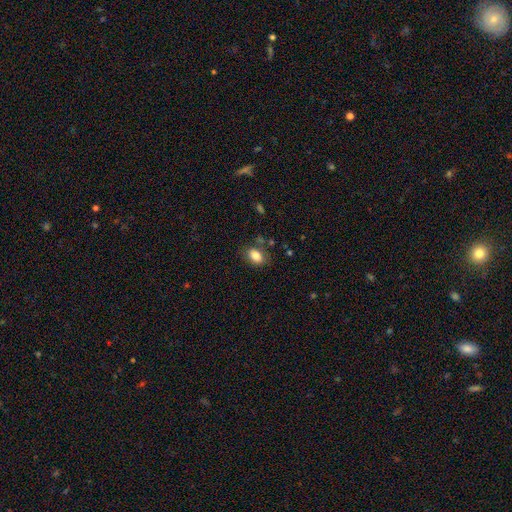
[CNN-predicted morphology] Overall: smooth (83%). How rounded: in between (82%). Merging: none (77%).